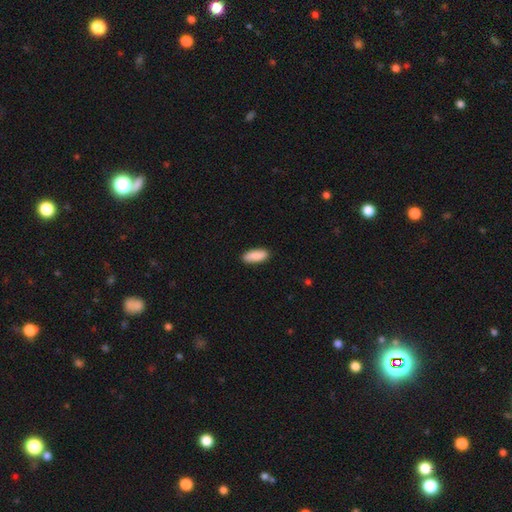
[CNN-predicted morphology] A smooth galaxy with no disk features (90%) that is in between round and cigar-shaped (74%).

Vote fractions:
- Smooth or featured? smooth: 90% / star or artifact: 6% / featured or disk: 5%
- How rounded? in between: 74% / cigar-shaped: 24% / round: 2%
- Merging? none: 88% / minor disturbance: 9% / major disturbance: 2% / merger: 1%